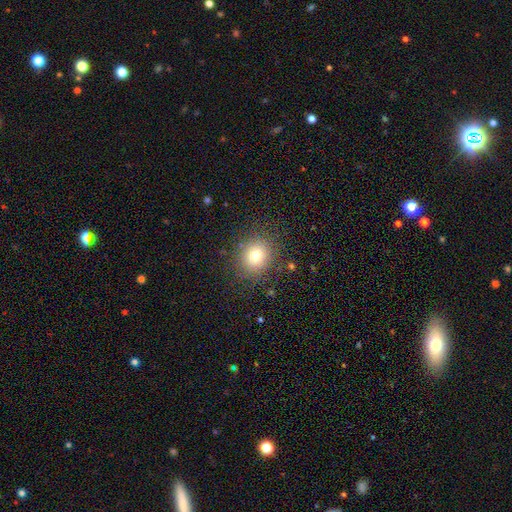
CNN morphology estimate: This appears to be a smooth galaxy with no disk features (75%) that is round (82%). Merging: none (86%).